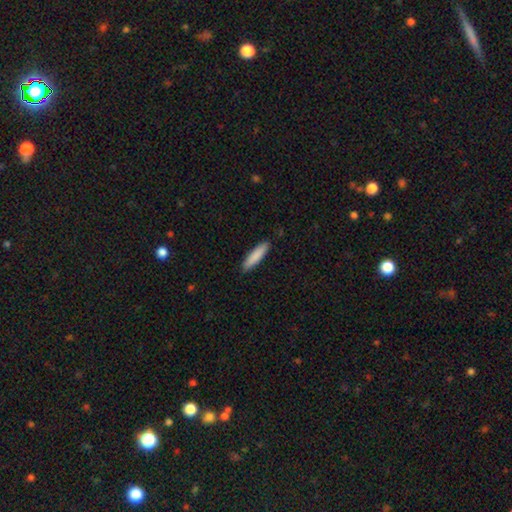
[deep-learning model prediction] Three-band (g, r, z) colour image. It shows a smooth galaxy with no disk features (86%) that is cigar-shaped (80%). Merging: none (89%).